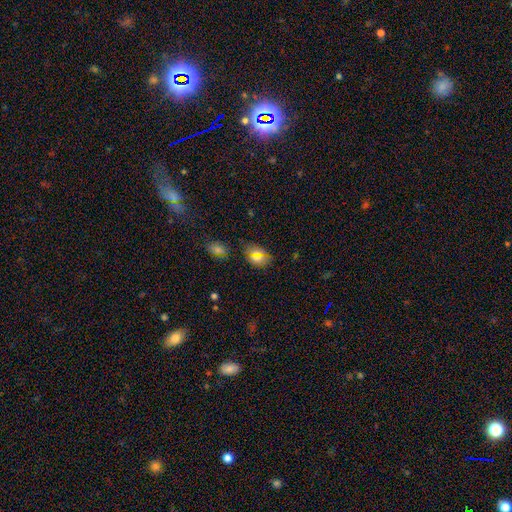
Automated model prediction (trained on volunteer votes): Q: Smooth or featured?
A: smooth (68%); runner-up: star or artifact (24%)
Q: How rounded?
A: in between (76%); runner-up: round (21%)
Q: Merging?
A: none (82%); runner-up: minor disturbance (12%)